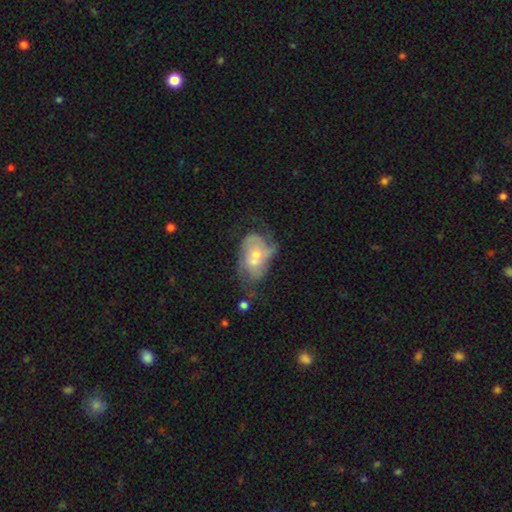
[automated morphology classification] Overall: featured or disk (59%; smooth 34%). Edge-on disk: no (96%). Bar: no (76%). Spiral arms: yes (61%; no 39%). Bulge size: small (48%; moderate 44%). Merging: merger (34%; none 25%).